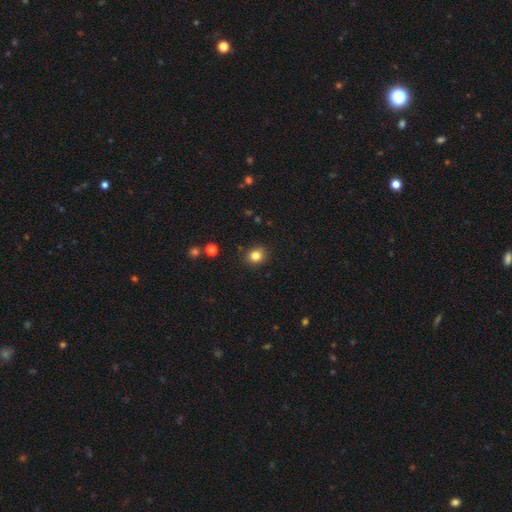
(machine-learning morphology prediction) Smooth or featured: smooth — 83% (star or artifact — 11%)
How rounded: round — 76% (in between — 23%)
Merging: none — 86% (minor disturbance — 9%)